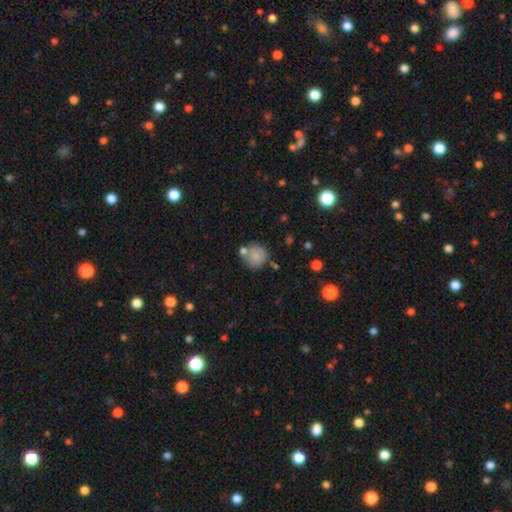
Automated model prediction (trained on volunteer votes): Overall: smooth (82%). How rounded: round (91%). Merging: none (67%).